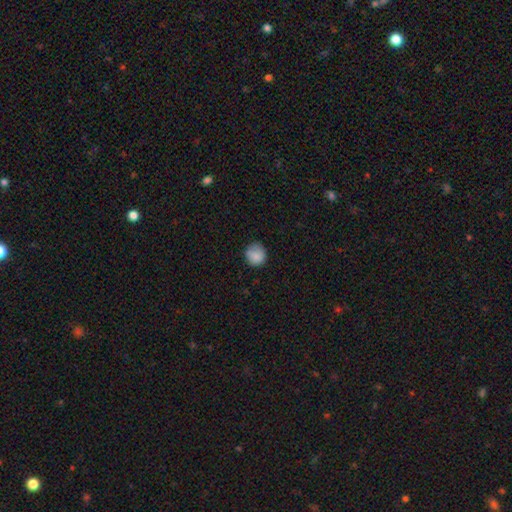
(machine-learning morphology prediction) The model was most divided on "merging": none: 74%, minor disturbance: 21%, major disturbance: 5%, merger: 1%. More confident: smooth or featured — smooth (85%); how rounded — round (85%).